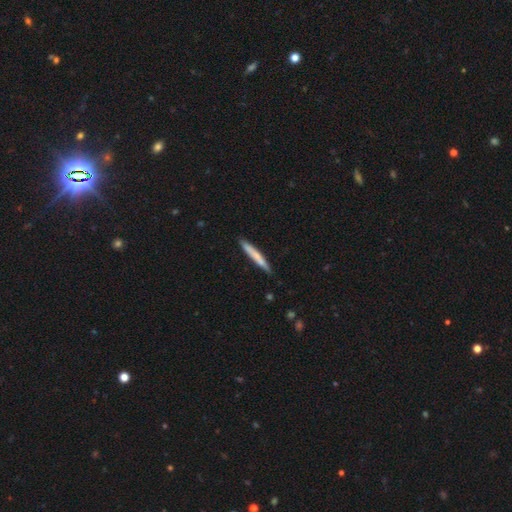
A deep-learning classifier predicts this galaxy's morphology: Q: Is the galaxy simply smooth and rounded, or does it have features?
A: smooth — 71%.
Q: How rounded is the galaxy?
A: cigar-shaped — 96%.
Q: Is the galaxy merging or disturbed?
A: none — 86%.